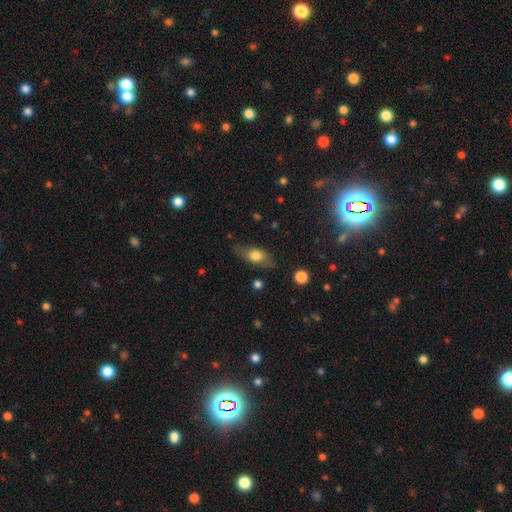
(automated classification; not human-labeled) The model was most divided on "smooth or featured": smooth: 66%, featured or disk: 26%, star or artifact: 8%. More confident: how rounded — in between (75%); merging — none (70%).